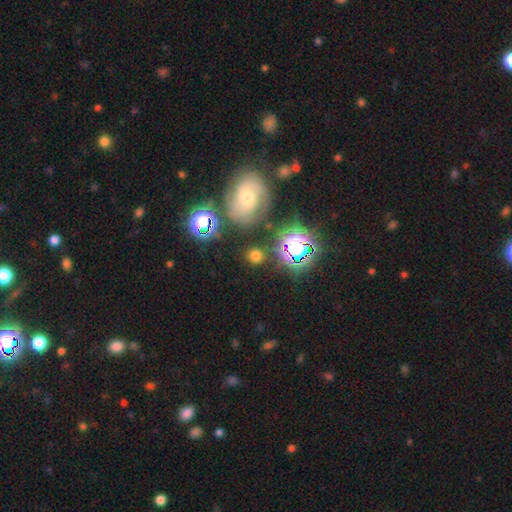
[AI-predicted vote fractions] smooth 59%, star or artifact 31%, featured or disk 10%. Down the decision tree: how rounded — round (83%); merging — none (79%).